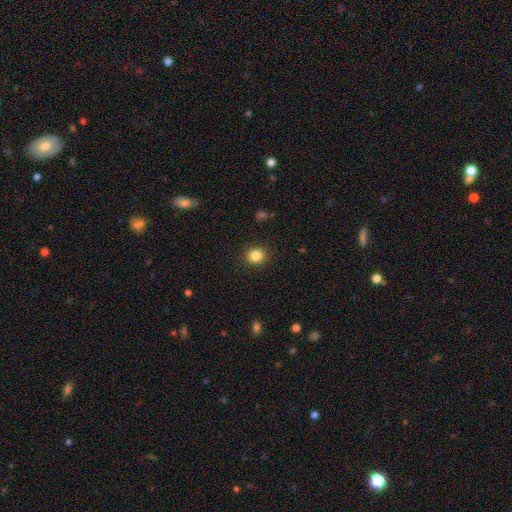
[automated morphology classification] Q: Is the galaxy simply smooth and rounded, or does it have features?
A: smooth — 84%.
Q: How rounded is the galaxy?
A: round — 88%.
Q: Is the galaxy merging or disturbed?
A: none — 90%.